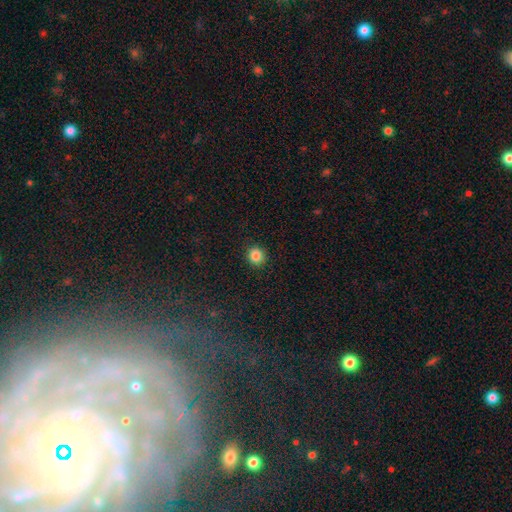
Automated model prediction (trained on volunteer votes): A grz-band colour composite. It shows a smooth galaxy with no disk features (85%) that is round (87%). Merging: none (91%).